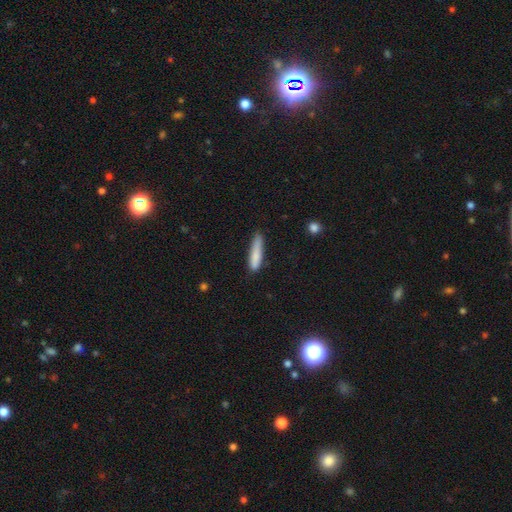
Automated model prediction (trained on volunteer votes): Smooth or featured? smooth (82%)
How rounded? cigar-shaped (84%)
Merging? none (69%)